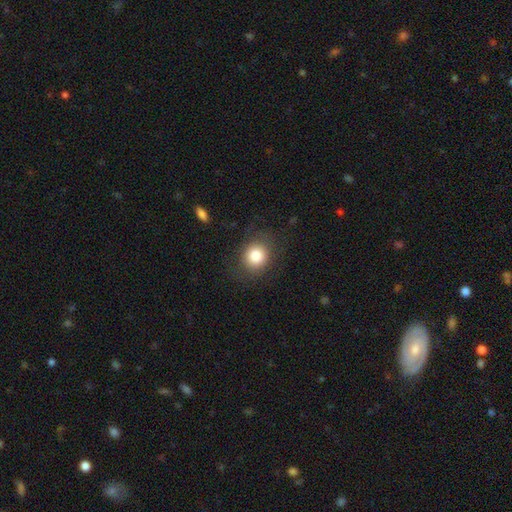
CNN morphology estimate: Smooth or featured: smooth — 83% (star or artifact — 10%)
How rounded: round — 78% (in between — 21%)
Merging: none — 82% (minor disturbance — 11%)